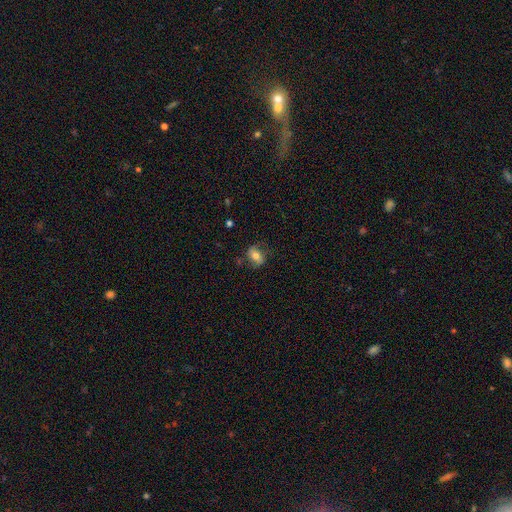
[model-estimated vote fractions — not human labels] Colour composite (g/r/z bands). It shows a smooth galaxy with no disk features (55%) that is in between round and cigar-shaped (64%). Merging: none (70%).